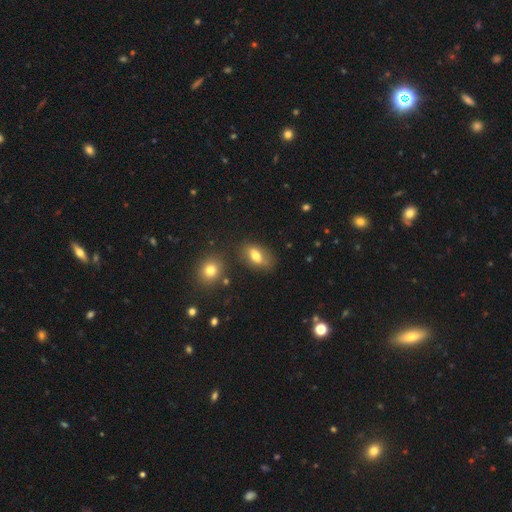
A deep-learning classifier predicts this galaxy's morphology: A smooth galaxy with no disk features (70%) that is in between round and cigar-shaped (86%).

Vote fractions:
- Smooth or featured? smooth: 70% / featured or disk: 20% / star or artifact: 10%
- How rounded? in between: 86% / round: 8% / cigar-shaped: 6%
- Merging? none: 70% / minor disturbance: 18% / major disturbance: 6% / merger: 6%